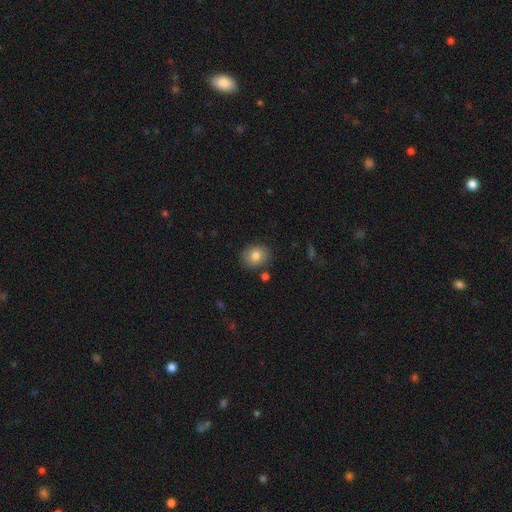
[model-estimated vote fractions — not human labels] Smooth or featured: smooth — 81% (featured or disk — 10%)
How rounded: round — 55% (in between — 45%)
Merging: none — 85% (minor disturbance — 9%)